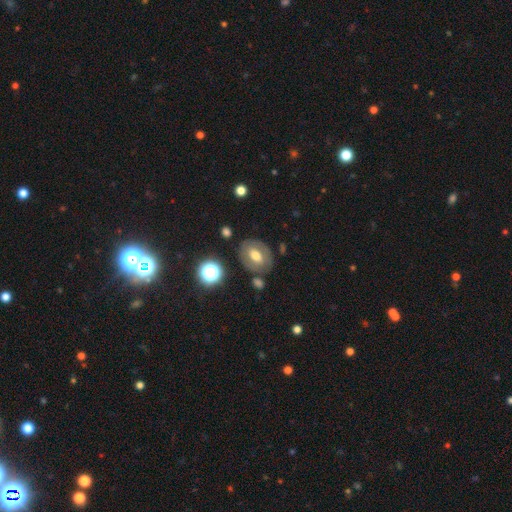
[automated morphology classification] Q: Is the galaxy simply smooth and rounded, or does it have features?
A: smooth — 52%.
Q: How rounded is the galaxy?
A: in between — 64%.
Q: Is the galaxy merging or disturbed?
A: none — 75%.